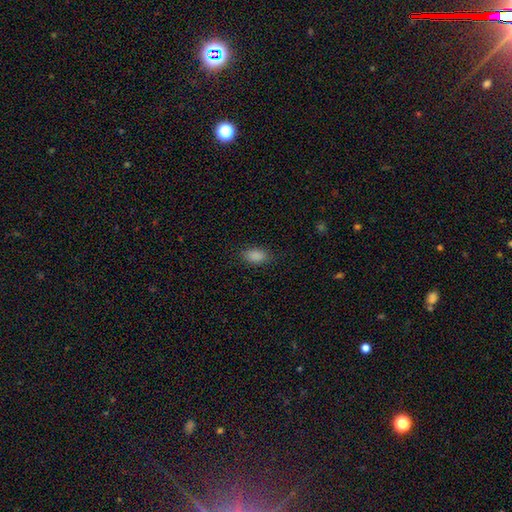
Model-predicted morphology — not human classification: Smooth or featured?
  - smooth: 88% *
  - star or artifact: 9%
  - featured or disk: 3%
How rounded?
  - in between: 90% *
  - round: 7%
  - cigar-shaped: 3%
Merging?
  - none: 86% *
  - minor disturbance: 11%
  - major disturbance: 3%
  - merger: 1%